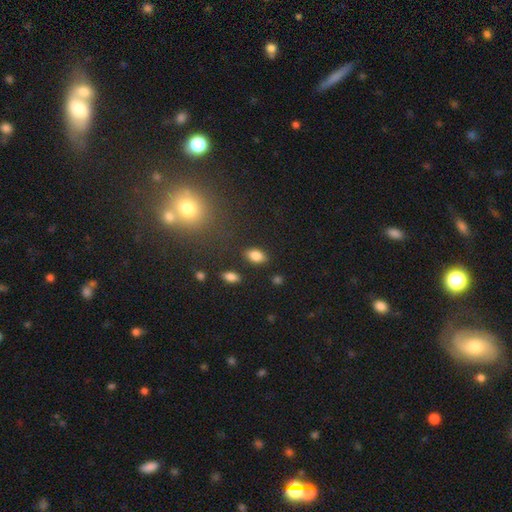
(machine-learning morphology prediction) Overall: smooth (84%). How rounded: in between (89%). Merging: none (84%).